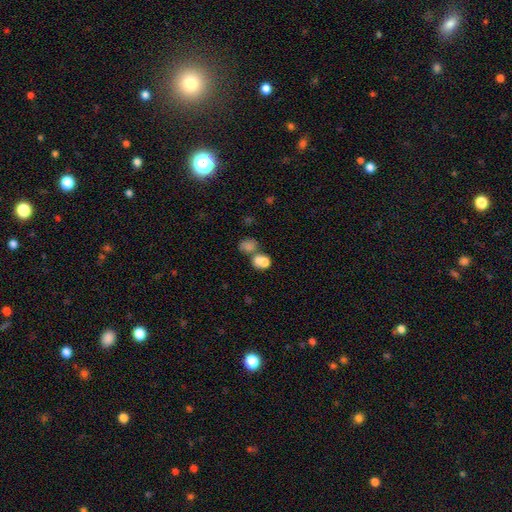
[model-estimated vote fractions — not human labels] Q: Smooth or featured?
A: star or artifact (45%); runner-up: smooth (40%)